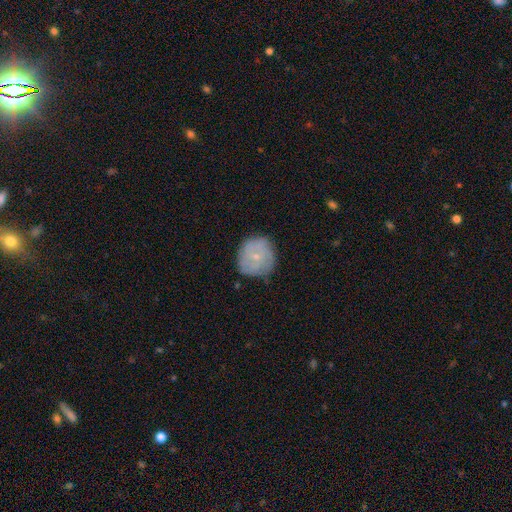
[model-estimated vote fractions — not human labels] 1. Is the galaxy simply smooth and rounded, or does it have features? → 57% smooth, 35% featured or disk, 8% star or artifact.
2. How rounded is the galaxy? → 86% round, 13% in between, 1% cigar-shaped.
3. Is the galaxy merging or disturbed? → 73% none, 20% minor disturbance, 5% major disturbance, 2% merger.